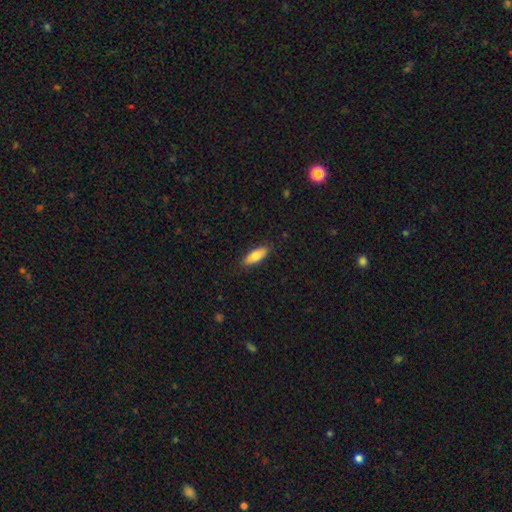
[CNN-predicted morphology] This appears to be a smooth galaxy with no disk features (75%) that is in between round and cigar-shaped (70%). Merging: none (87%).